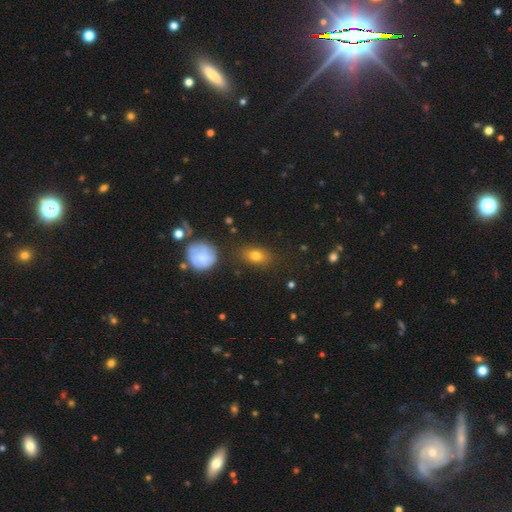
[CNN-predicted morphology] This appears to be a smooth galaxy with no disk features (76%) that is in between round and cigar-shaped (74%). Merging: none (78%).